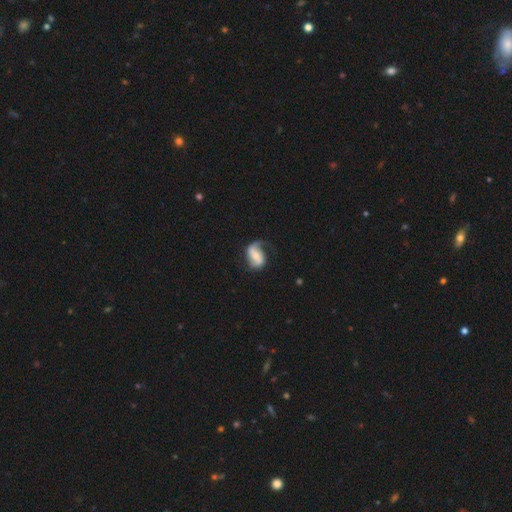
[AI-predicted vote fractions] Smooth or featured? featured or disk (68%)
Edge-on disk? no (97%)
Bar? weak (36%)
Spiral arms? yes (89%)
Spiral winding? loose (53%)
Spiral arm count? 2 (62%)
Bulge size? small (37%)
Merging? none (44%)